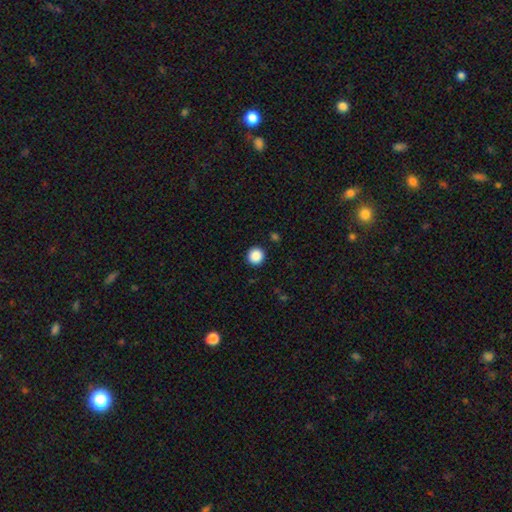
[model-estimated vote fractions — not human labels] A smooth galaxy with no disk features (88%) that is round (95%). Merging: none (92%).